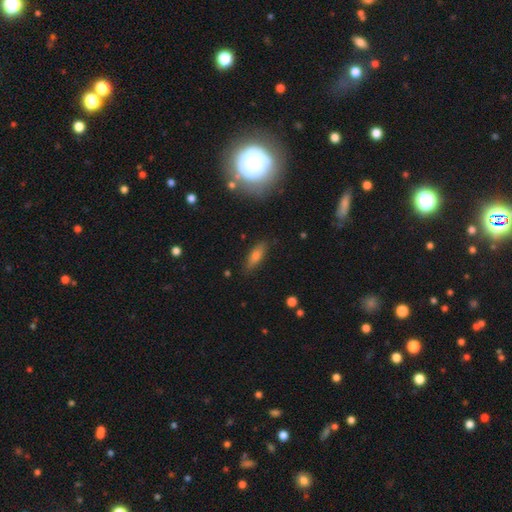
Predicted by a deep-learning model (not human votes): smooth-or-featured: smooth: 60% | featured or disk: 27% | star or artifact: 13%
  how-rounded: in between: 52% | cigar-shaped: 43% | round: 4%
  merging: none: 83% | minor disturbance: 12% | major disturbance: 3% | merger: 2%